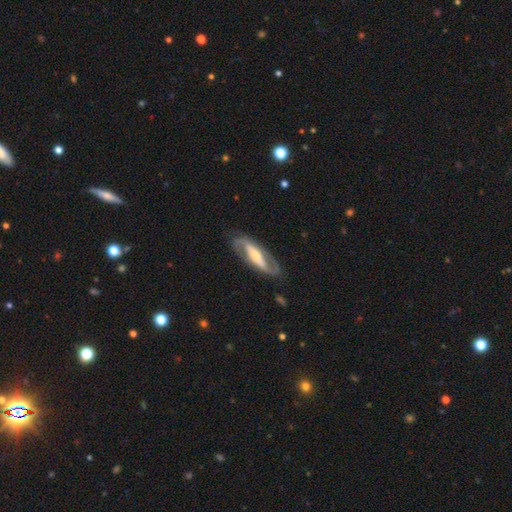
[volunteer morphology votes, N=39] type=featured or disk (77%); edge-on=no (80%); bar=strong (58%); spiral arms=yes (71%); winding=medium (59%); arm count=2 (100%); bulge=moderate (50%); merging=none (82%).